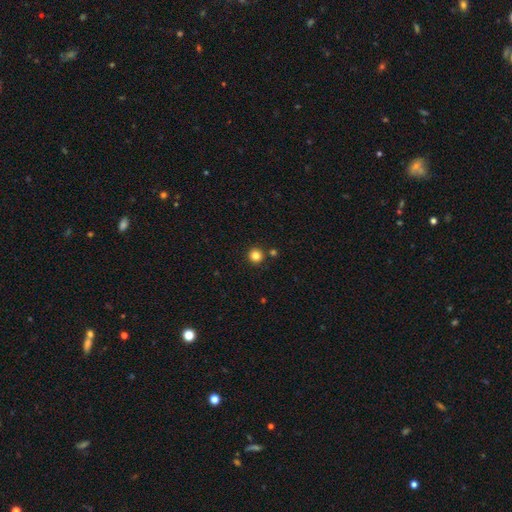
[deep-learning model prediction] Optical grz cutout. It shows a smooth galaxy with no disk features (83%) that is round (95%). Merging: none (88%).